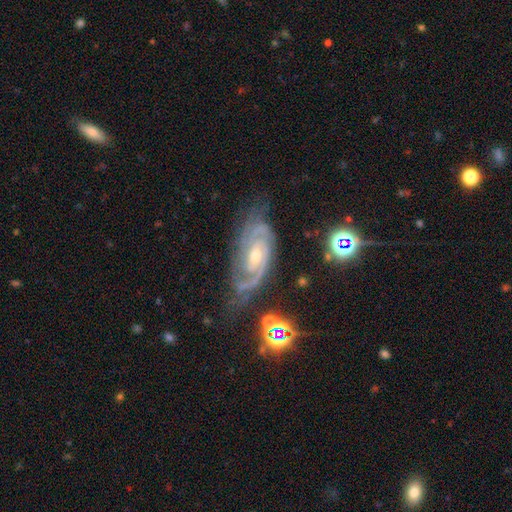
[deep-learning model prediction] Smooth or featured? featured or disk (89%)
Edge-on disk? no (96%)
Bar? no (52%)
Spiral arms? yes (98%)
Spiral winding? tight (59%)
Spiral arm count? 2 (52%)
Bulge size? small (49%)
Merging? none (67%)